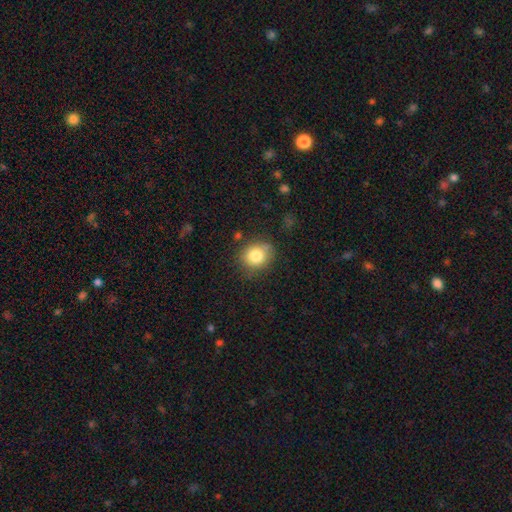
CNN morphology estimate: A smooth galaxy with no disk features (81%) that is round (73%). Merging: none (74%).